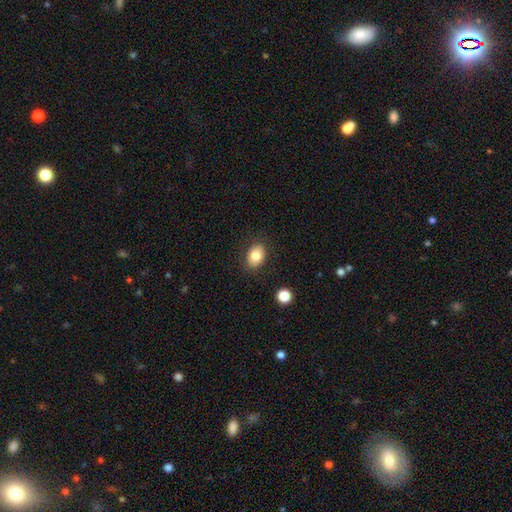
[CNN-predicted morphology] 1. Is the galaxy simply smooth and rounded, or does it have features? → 81% smooth, 10% featured or disk, 9% star or artifact.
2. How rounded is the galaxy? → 72% in between, 27% round, 1% cigar-shaped.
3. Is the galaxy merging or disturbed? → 86% none, 10% minor disturbance, 3% major disturbance, 2% merger.